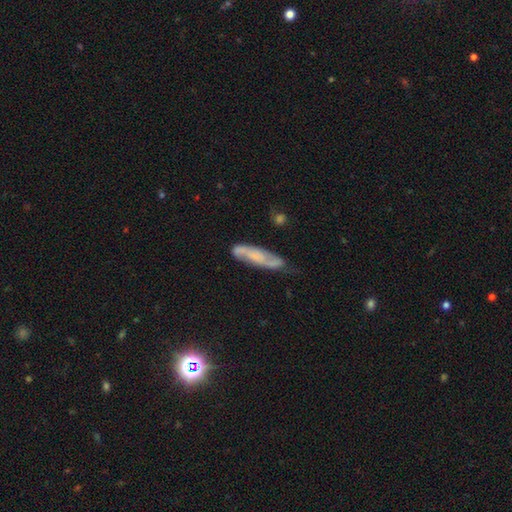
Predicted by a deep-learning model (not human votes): Smooth or featured? featured or disk (62%)
Edge-on disk? no (71%)
Merging? none (72%)